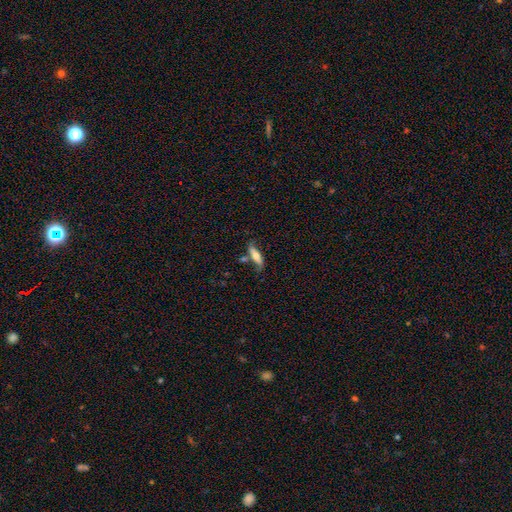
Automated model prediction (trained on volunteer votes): This appears to be a smooth galaxy with no disk features (52%) that is cigar-shaped (57%). Merging: none (62%).